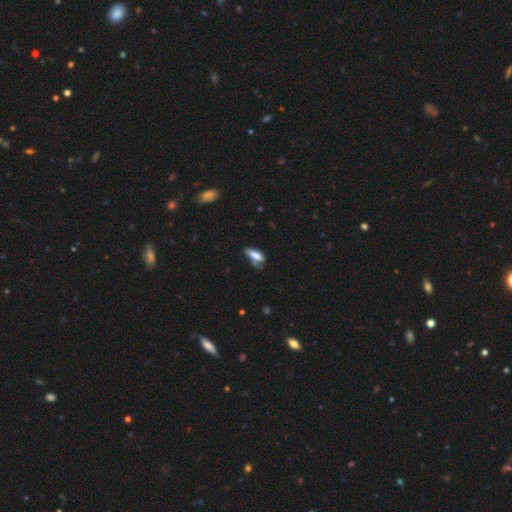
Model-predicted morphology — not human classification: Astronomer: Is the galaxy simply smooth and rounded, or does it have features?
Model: smooth — 71%.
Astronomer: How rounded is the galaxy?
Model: in between — 69%.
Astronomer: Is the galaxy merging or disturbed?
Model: none — 38% (runner-up: minor disturbance, 32%).